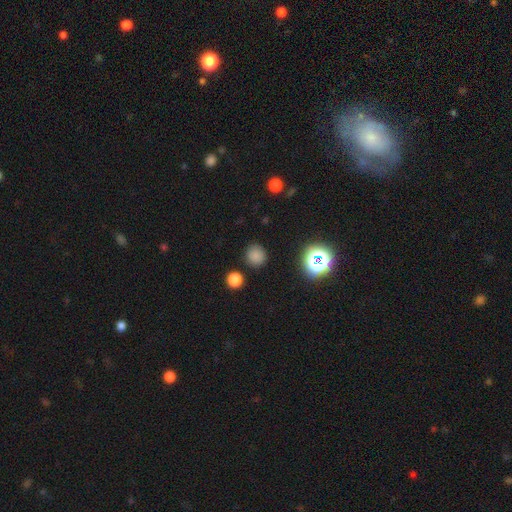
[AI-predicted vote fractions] Smooth or featured?
  - smooth: 77% *
  - star or artifact: 18%
  - featured or disk: 5%
How rounded?
  - round: 91% *
  - in between: 8%
  - cigar-shaped: 1%
Merging?
  - none: 87% *
  - minor disturbance: 8%
  - major disturbance: 3%
  - merger: 2%